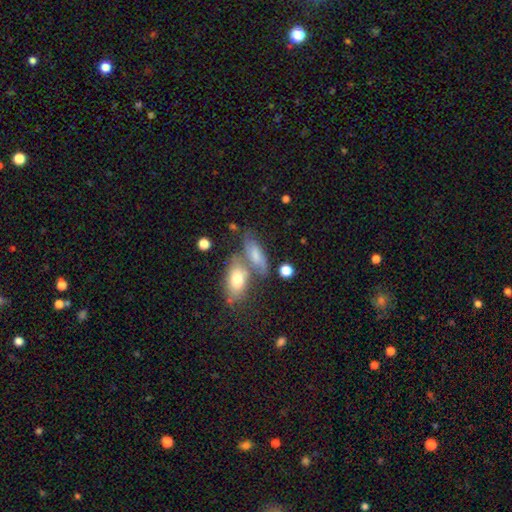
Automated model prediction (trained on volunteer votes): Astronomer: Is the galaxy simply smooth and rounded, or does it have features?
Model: smooth — 63%.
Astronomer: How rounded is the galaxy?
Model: in between — 79%.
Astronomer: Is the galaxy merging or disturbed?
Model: merger — 39% (runner-up: none, 37%).